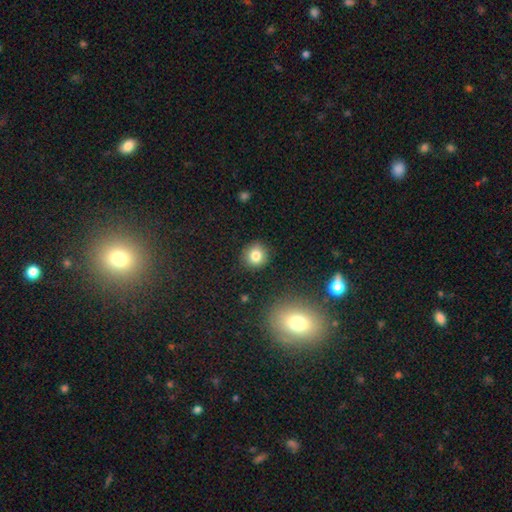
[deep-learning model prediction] smooth 81%, star or artifact 12%, featured or disk 7%. Down the decision tree: how rounded — round (89%); merging — none (89%).